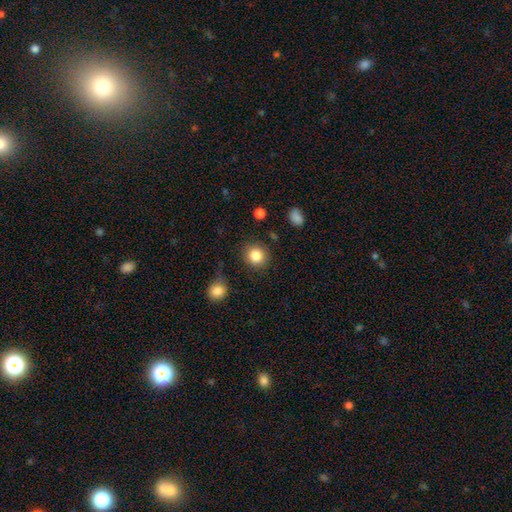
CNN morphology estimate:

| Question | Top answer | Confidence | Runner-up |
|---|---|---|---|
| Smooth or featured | smooth | 85% | star or artifact (10%) |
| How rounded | round | 88% | in between (11%) |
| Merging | none | 85% | minor disturbance (9%) |